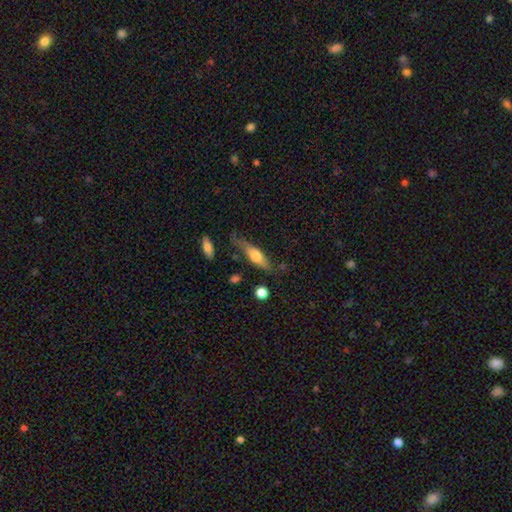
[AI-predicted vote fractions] smooth_or_featured: smooth (p=0.52) [alt: featured or disk p=0.42]
how_rounded: cigar-shaped (p=0.60) [alt: in between p=0.38]
merging: none (p=0.63) [alt: minor disturbance p=0.25]